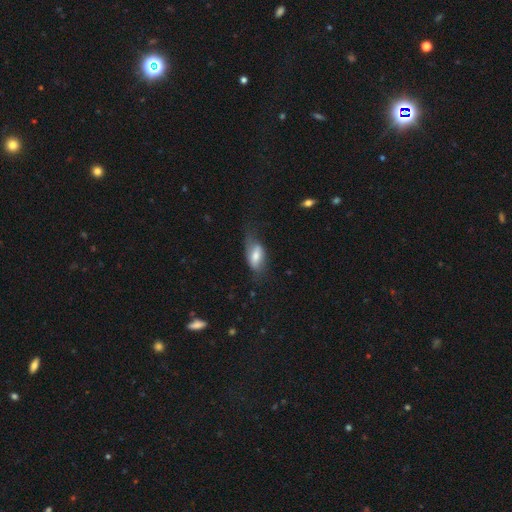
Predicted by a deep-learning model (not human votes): A smooth galaxy with no disk features (61%) that is in between round and cigar-shaped (87%).

Vote fractions:
- Smooth or featured? smooth: 61% / featured or disk: 32% / star or artifact: 7%
- How rounded? in between: 87% / cigar-shaped: 9% / round: 4%
- Merging? none: 43% / minor disturbance: 32% / major disturbance: 23% / merger: 2%